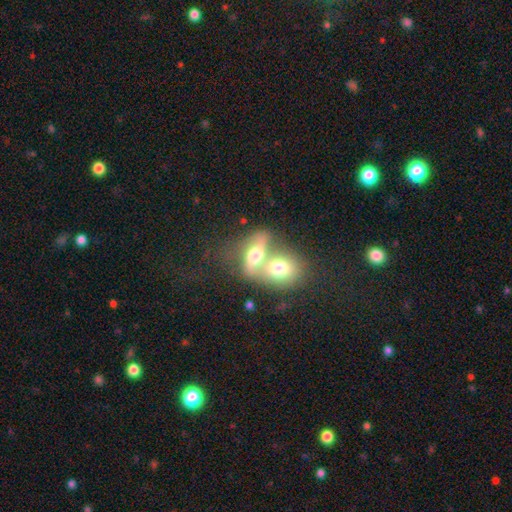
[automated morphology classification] type=smooth (51%); roundness=in between (71%); merging=merger (72%).